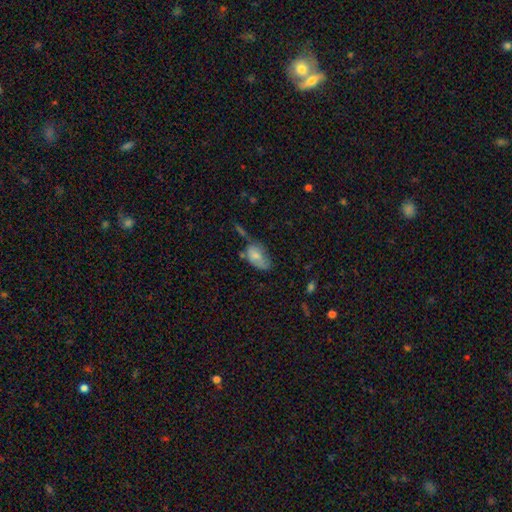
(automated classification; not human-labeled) A smooth galaxy with no disk features (70%) that is in between round and cigar-shaped (91%). Merging: minor disturbance (33%, tied with none).